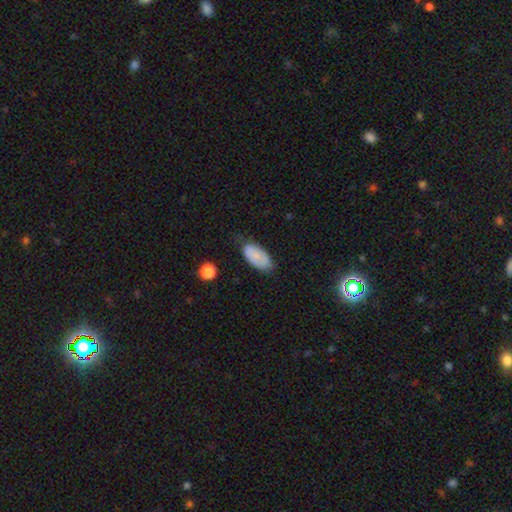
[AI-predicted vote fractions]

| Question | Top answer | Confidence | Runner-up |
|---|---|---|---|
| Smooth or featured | smooth | 76% | featured or disk (17%) |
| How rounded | in between | 94% | cigar-shaped (4%) |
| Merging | none | 69% | minor disturbance (24%) |